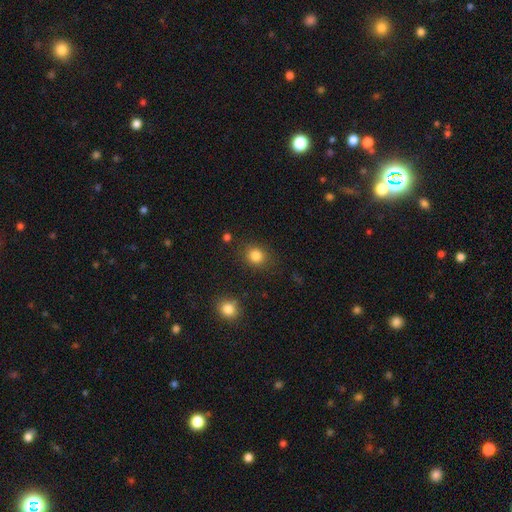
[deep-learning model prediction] This appears to be a smooth galaxy with no disk features (84%) that is round (73%). Merging: none (84%).